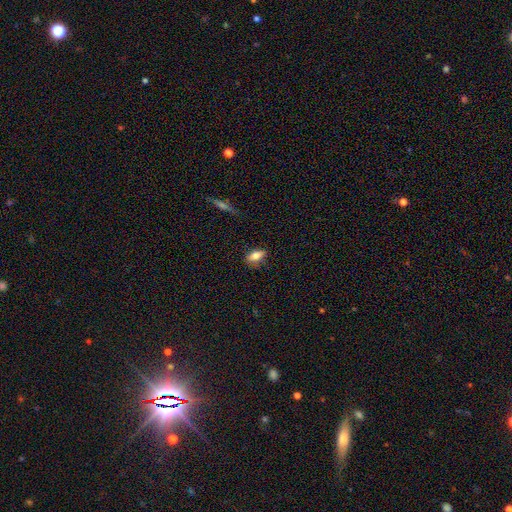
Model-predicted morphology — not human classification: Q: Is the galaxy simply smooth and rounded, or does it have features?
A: smooth — 77%.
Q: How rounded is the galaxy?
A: in between — 83%.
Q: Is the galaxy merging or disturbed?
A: none — 78%.